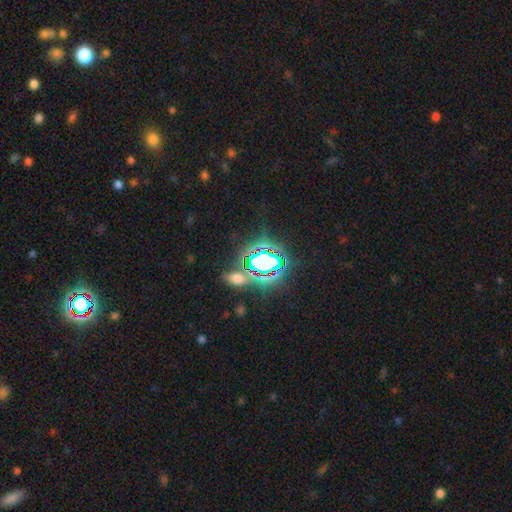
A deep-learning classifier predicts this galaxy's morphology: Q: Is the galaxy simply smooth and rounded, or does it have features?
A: star or artifact — 69%.